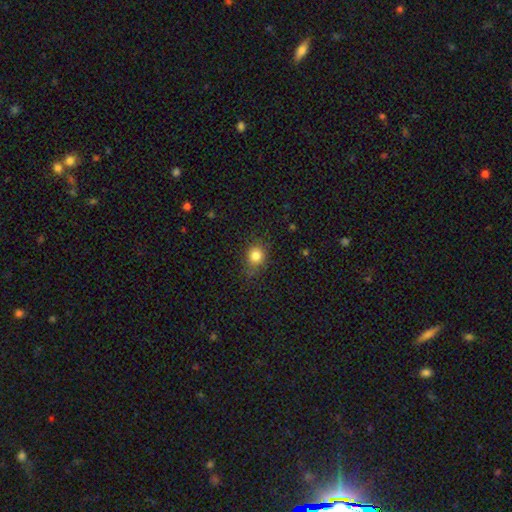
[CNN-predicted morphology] Q: Smooth or featured?
A: smooth (82%); runner-up: star or artifact (12%)
Q: How rounded?
A: round (74%); runner-up: in between (25%)
Q: Merging?
A: none (77%); runner-up: minor disturbance (17%)